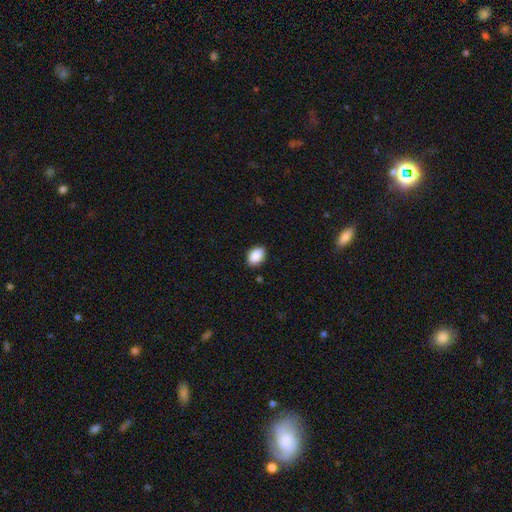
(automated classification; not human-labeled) smooth 90%, star or artifact 7%, featured or disk 3%. Down the decision tree: how rounded — in between (86%); merging — none (87%).